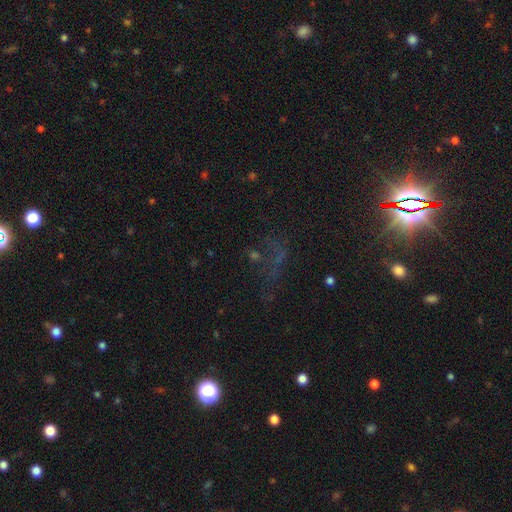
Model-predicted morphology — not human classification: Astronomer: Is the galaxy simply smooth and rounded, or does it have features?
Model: star or artifact — 54%.